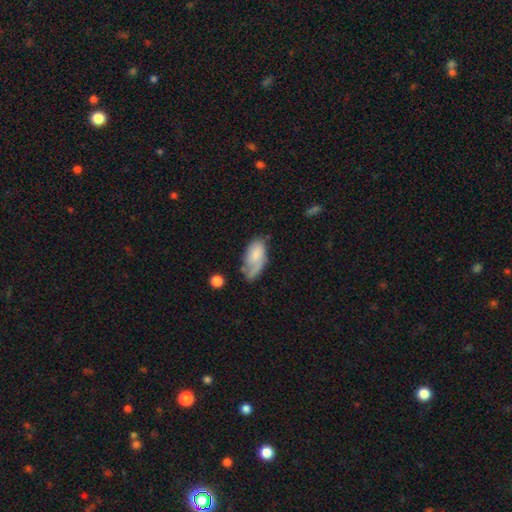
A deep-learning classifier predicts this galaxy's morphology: This appears to be a smooth galaxy with no disk features (66%) that is in between round and cigar-shaped (93%). Merging: none (36%).